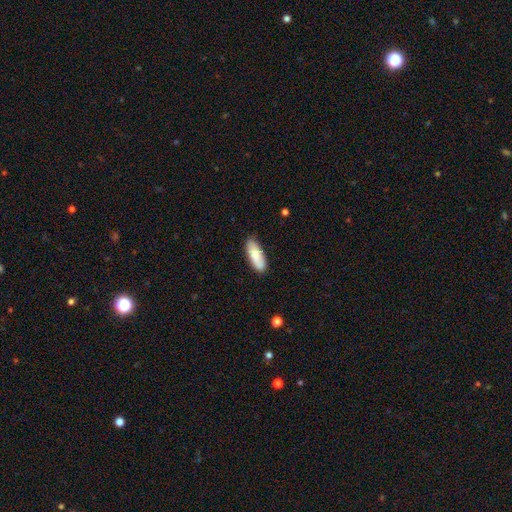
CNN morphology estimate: Smooth or featured?
  - smooth: 82% *
  - featured or disk: 13%
  - star or artifact: 6%
How rounded?
  - in between: 70% *
  - cigar-shaped: 28%
  - round: 2%
Merging?
  - none: 84% *
  - minor disturbance: 13%
  - major disturbance: 2%
  - merger: 1%